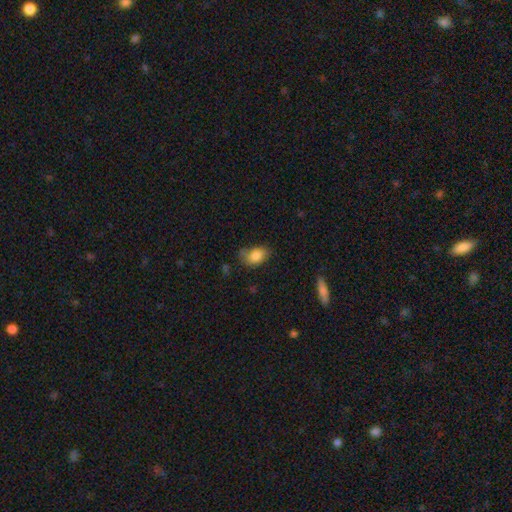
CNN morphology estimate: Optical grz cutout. It shows a smooth galaxy with no disk features (83%) that is in between round and cigar-shaped (84%). Merging: none (59%).